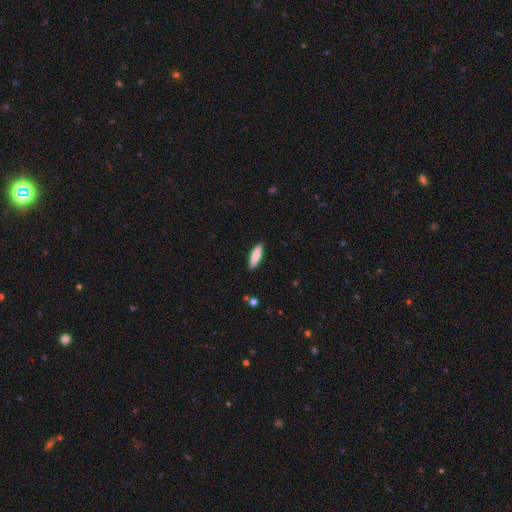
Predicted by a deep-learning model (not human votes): smooth-or-featured: smooth: 83% | featured or disk: 11% | star or artifact: 5%
  how-rounded: cigar-shaped: 64% | in between: 34% | round: 1%
  merging: none: 90% | minor disturbance: 8% | major disturbance: 2% | merger: 1%